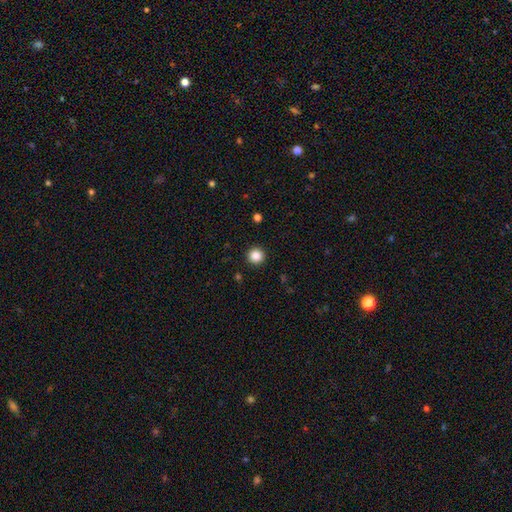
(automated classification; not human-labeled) Smooth or featured? Predicted: smooth (p=0.86). How rounded? Predicted: round (p=0.96). Merging? Predicted: none (p=0.93).